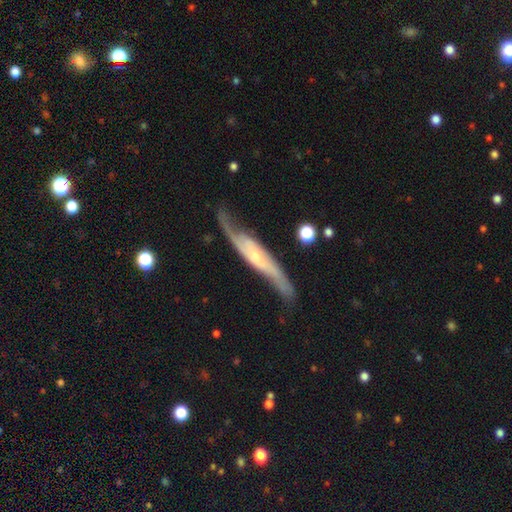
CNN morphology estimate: Overall: featured or disk (80%). Edge-on disk: no (56%; yes 44%). Merging: none (64%).